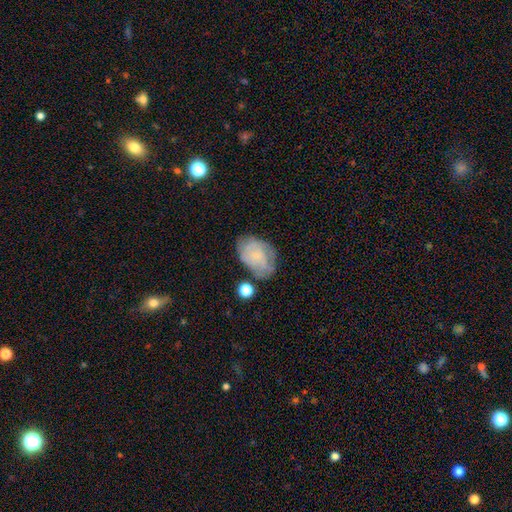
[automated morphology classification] Smooth or featured? featured or disk (48%)
Merging? none (57%)